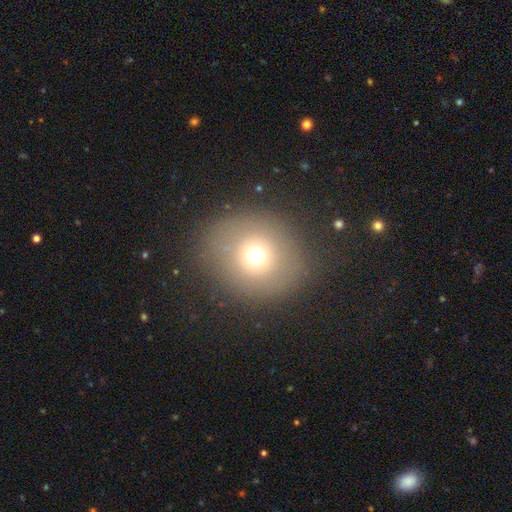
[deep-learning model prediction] smooth_or_featured: smooth (p=0.68) [alt: star or artifact p=0.18]
how_rounded: round (p=0.85) [alt: in between p=0.14]
merging: none (p=0.84) [alt: minor disturbance p=0.09]